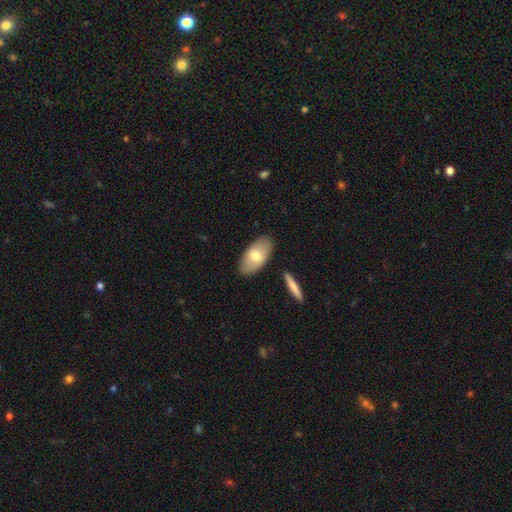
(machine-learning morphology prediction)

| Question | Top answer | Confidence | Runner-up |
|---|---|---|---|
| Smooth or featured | smooth | 71% | featured or disk (23%) |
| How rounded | in between | 94% | cigar-shaped (3%) |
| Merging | none | 84% | minor disturbance (10%) |